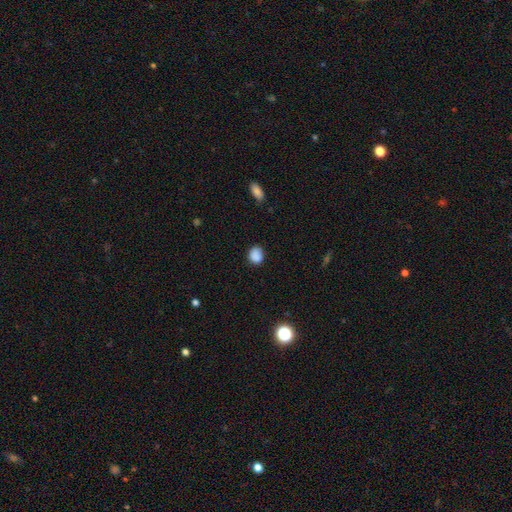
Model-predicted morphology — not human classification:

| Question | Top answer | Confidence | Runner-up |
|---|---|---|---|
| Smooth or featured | smooth | 86% | star or artifact (10%) |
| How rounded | round | 56% | in between (43%) |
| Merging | none | 80% | minor disturbance (15%) |